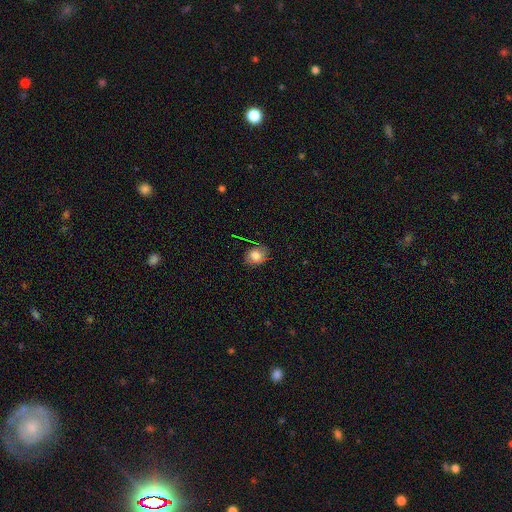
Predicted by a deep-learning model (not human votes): Q: Smooth or featured?
A: smooth (76%); runner-up: featured or disk (12%)
Q: How rounded?
A: round (60%); runner-up: in between (39%)
Q: Merging?
A: none (76%); runner-up: minor disturbance (18%)